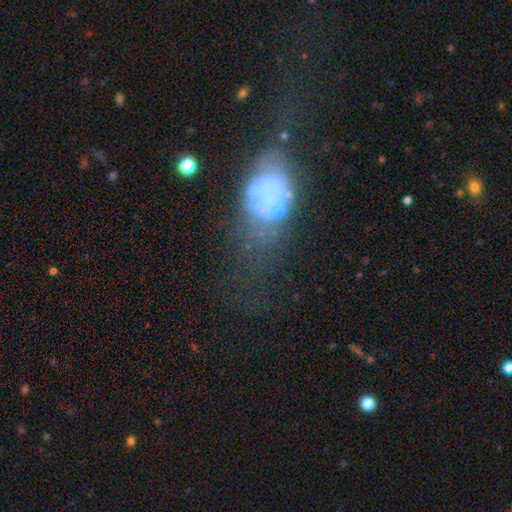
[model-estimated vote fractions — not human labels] Smooth or featured?
  - featured or disk: 43% *
  - smooth: 34%
  - star or artifact: 22%
Merging?
  - major disturbance: 36% *
  - none: 32%
  - minor disturbance: 20%
  - merger: 13%